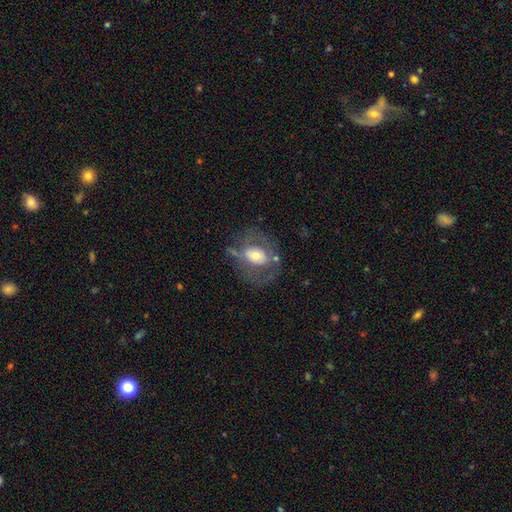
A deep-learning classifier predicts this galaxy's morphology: The model was most divided on "smooth or featured": featured or disk: 52%, smooth: 40%, star or artifact: 8%. More confident: edge-on disk — no (94%); merging — none (53%).